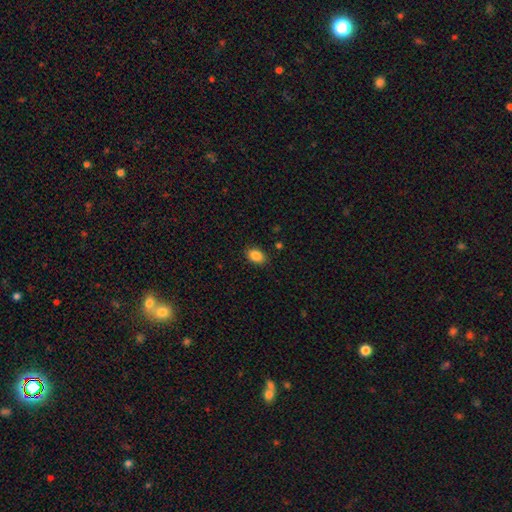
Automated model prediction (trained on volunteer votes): smooth_or_featured: smooth (p=0.87) [alt: star or artifact p=0.09]
how_rounded: in between (p=0.78) [alt: round p=0.21]
merging: none (p=0.87) [alt: minor disturbance p=0.10]